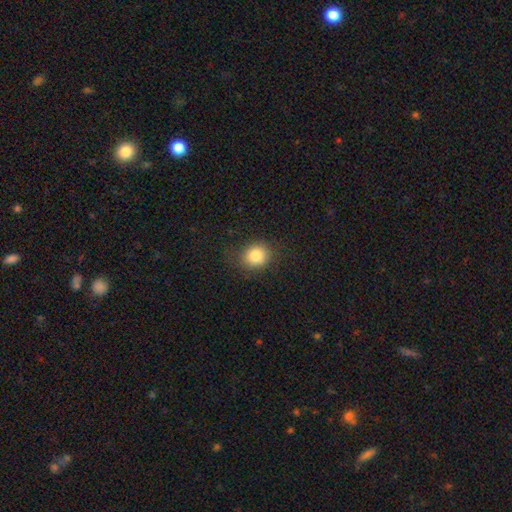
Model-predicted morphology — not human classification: smooth_or_featured: smooth (p=0.83) [alt: star or artifact p=0.10]
how_rounded: round (p=0.71) [alt: in between p=0.28]
merging: none (p=0.81) [alt: minor disturbance p=0.14]